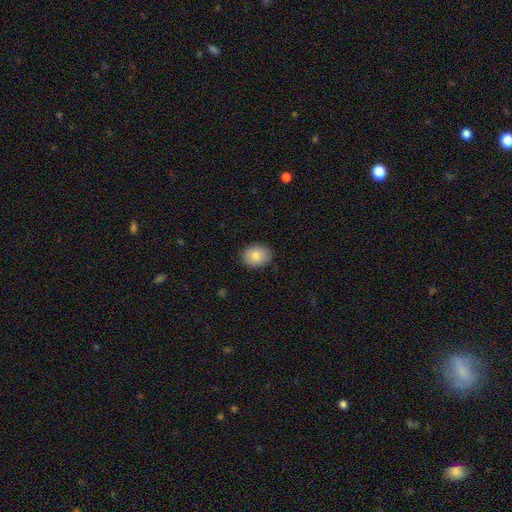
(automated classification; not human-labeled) Overall: smooth (83%). How rounded: in between (54%; round 45%). Merging: none (88%).